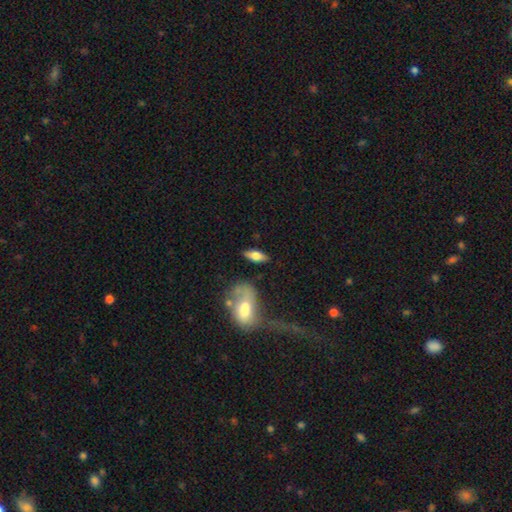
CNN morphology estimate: smooth-or-featured: smooth: 61% | featured or disk: 32% | star or artifact: 7%
  how-rounded: in between: 73% | cigar-shaped: 23% | round: 4%
  merging: none: 79% | minor disturbance: 13% | merger: 4% | major disturbance: 4%